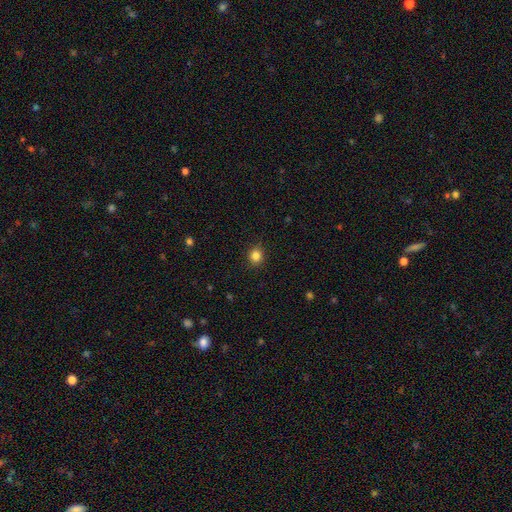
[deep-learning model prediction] The model was most divided on "how rounded": round: 81%, in between: 18%, cigar-shaped: 1%. More confident: merging — none (90%); smooth or featured — smooth (84%).